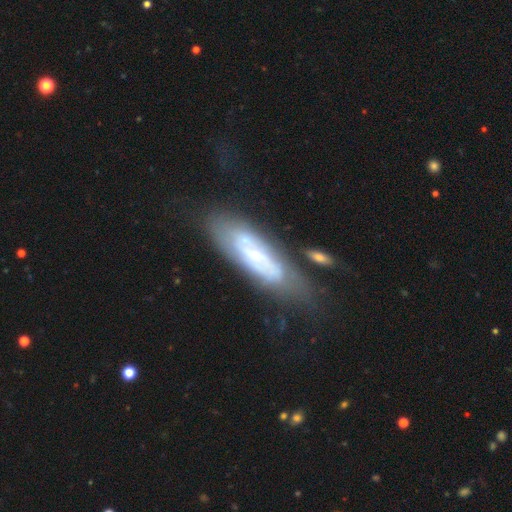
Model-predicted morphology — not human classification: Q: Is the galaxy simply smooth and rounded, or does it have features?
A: featured or disk — 65%.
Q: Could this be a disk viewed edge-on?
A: no — 81%.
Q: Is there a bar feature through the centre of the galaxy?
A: no — 60%.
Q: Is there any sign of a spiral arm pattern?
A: yes — 70%.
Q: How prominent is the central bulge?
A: small — 64%.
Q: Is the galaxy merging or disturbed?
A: none — 60%.